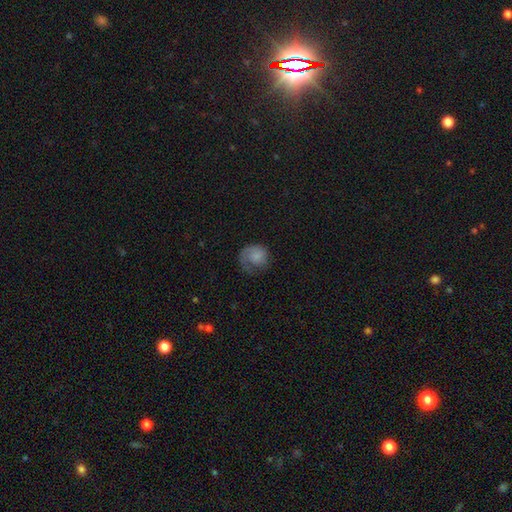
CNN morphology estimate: smooth-or-featured: smooth: 55% | featured or disk: 37% | star or artifact: 8%
  how-rounded: round: 75% | in between: 25% | cigar-shaped: 1%
  merging: none: 46% | major disturbance: 29% | minor disturbance: 22% | merger: 2%